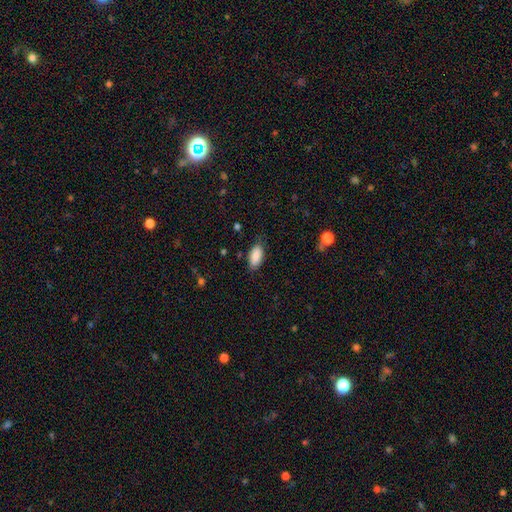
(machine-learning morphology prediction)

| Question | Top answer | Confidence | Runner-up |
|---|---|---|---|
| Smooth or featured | smooth | 88% | star or artifact (7%) |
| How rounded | in between | 93% | cigar-shaped (5%) |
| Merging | none | 77% | minor disturbance (18%) |